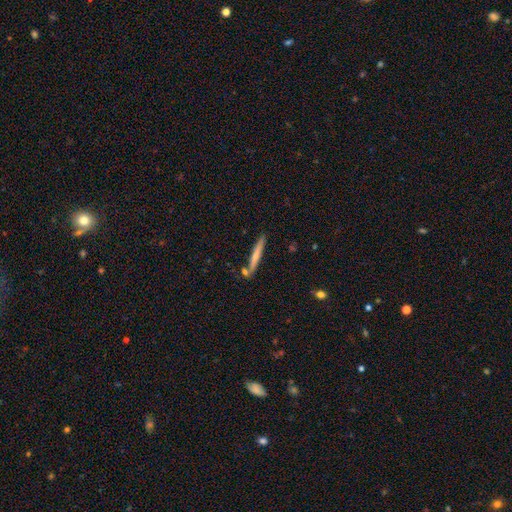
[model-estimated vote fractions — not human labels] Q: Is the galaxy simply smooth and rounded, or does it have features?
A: smooth — 59%.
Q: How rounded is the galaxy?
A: cigar-shaped — 95%.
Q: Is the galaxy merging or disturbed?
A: none — 79%.